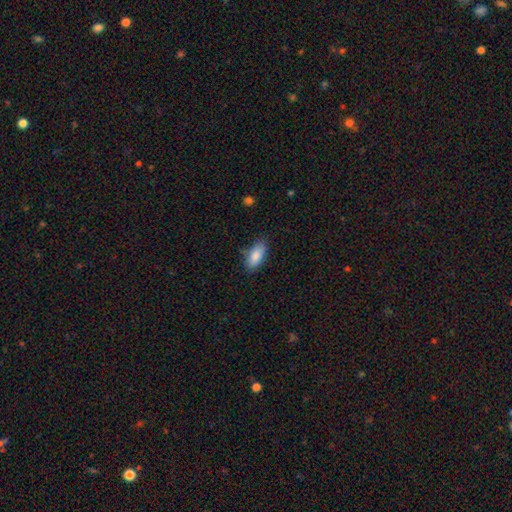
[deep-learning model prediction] Smooth or featured: smooth — 86% (featured or disk — 8%)
How rounded: in between — 88% (cigar-shaped — 9%)
Merging: none — 75% (minor disturbance — 20%)